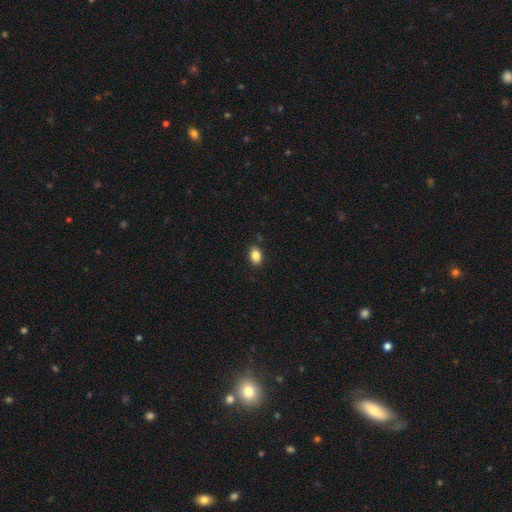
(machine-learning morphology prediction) This is clearly a smooth galaxy (86%). How rounded: clearly in between (80%). Merging: clearly none (87%).